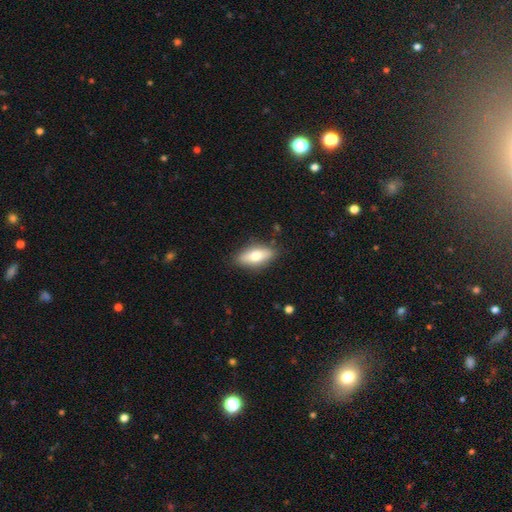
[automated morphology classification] smooth-or-featured: smooth: 69% | featured or disk: 25% | star or artifact: 6%
  how-rounded: in between: 76% | cigar-shaped: 20% | round: 3%
  merging: none: 84% | minor disturbance: 12% | major disturbance: 3% | merger: 1%